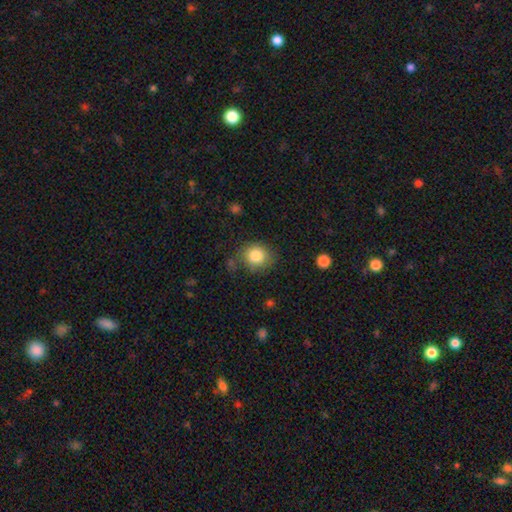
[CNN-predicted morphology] The model was most divided on "how rounded": round: 79%, in between: 20%, cigar-shaped: 1%. More confident: smooth or featured — smooth (83%); merging — none (75%).